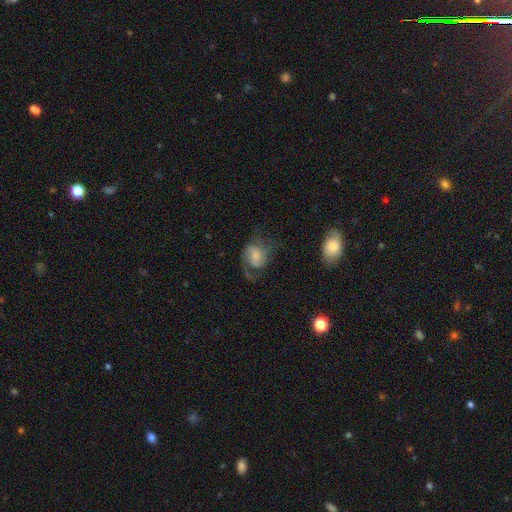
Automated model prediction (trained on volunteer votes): smooth_or_featured: featured or disk (p=0.64) [alt: smooth p=0.28]
disk_edge_on: no (p=0.98) [alt: yes p=0.02]
bar: no (p=0.58) [alt: weak p=0.35]
has_spiral_arms: yes (p=0.90) [alt: no p=0.10]
spiral_winding: medium (p=0.46) [alt: loose p=0.36]
spiral_arm_count: 2 (p=0.63) [alt: 1 p=0.17]
bulge_size: small (p=0.47) [alt: moderate p=0.32]
merging: none (p=0.49) [alt: major disturbance p=0.28]